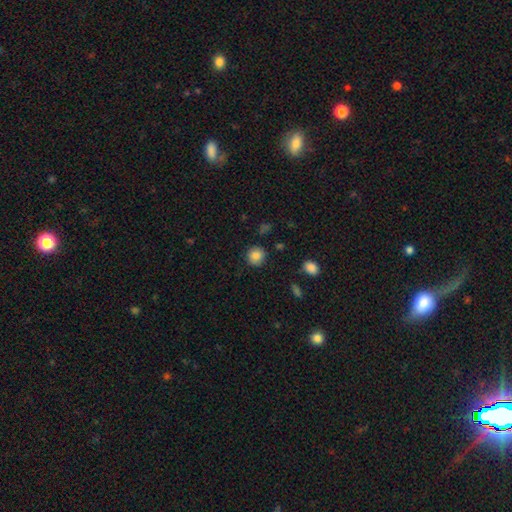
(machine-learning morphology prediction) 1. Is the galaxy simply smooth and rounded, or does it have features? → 84% smooth, 10% star or artifact, 6% featured or disk.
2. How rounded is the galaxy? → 89% round, 10% in between, 1% cigar-shaped.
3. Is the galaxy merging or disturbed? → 87% none, 9% minor disturbance, 2% major disturbance, 2% merger.